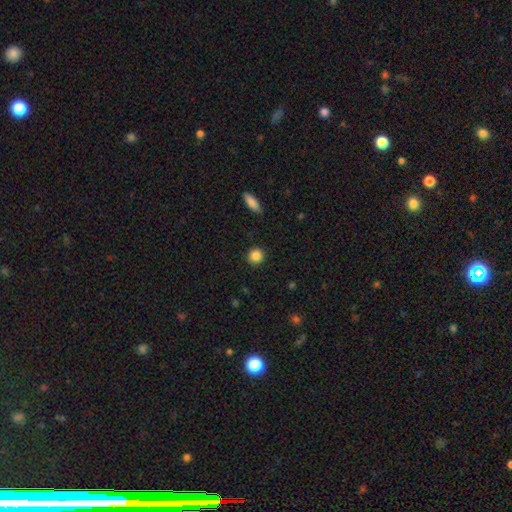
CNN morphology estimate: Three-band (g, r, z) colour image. It shows a smooth galaxy with no disk features (86%) that is round (92%). Merging: none (91%).